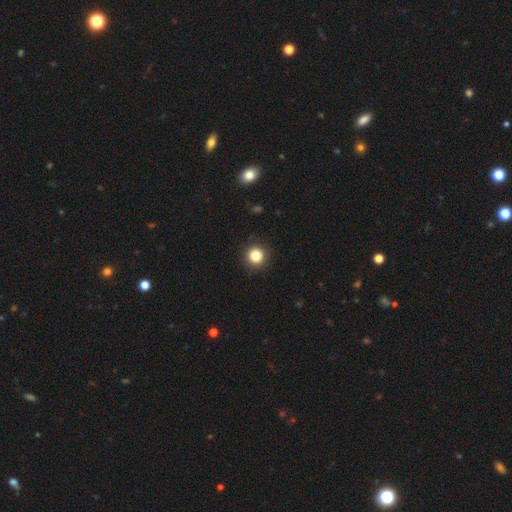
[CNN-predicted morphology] Smooth or featured? smooth (84%)
How rounded? round (95%)
Merging? none (91%)